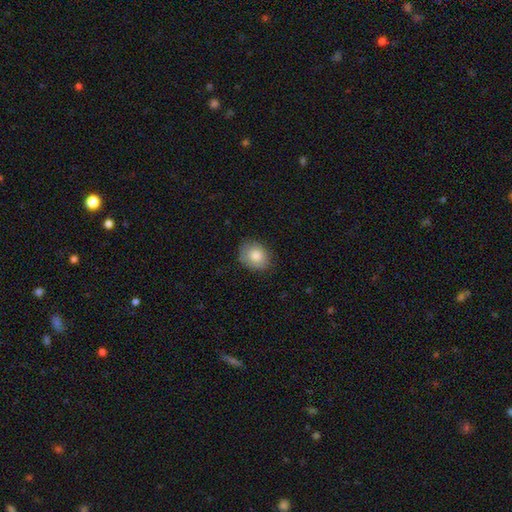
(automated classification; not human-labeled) Smooth or featured? smooth (83%)
How rounded? round (54%)
Merging? none (80%)